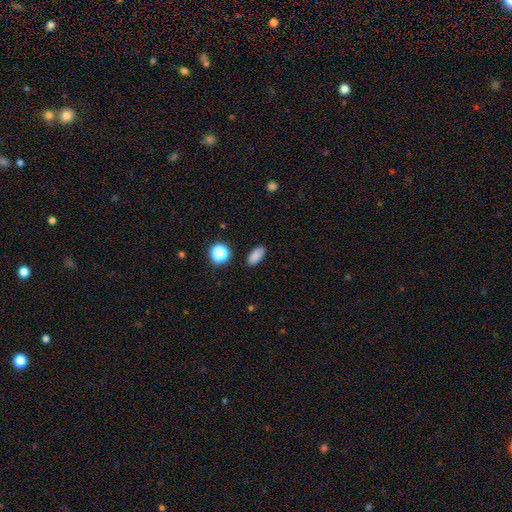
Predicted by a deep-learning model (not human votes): Q: Smooth or featured?
A: smooth (85%); runner-up: star or artifact (11%)
Q: How rounded?
A: in between (86%); runner-up: cigar-shaped (8%)
Q: Merging?
A: none (88%); runner-up: minor disturbance (8%)